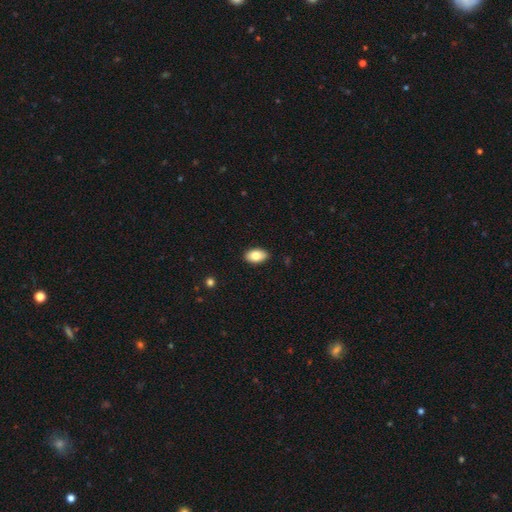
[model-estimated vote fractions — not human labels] smooth-or-featured: smooth: 81% | featured or disk: 12% | star or artifact: 7%
  how-rounded: in between: 92% | round: 6% | cigar-shaped: 1%
  merging: none: 89% | minor disturbance: 9% | major disturbance: 2% | merger: 1%